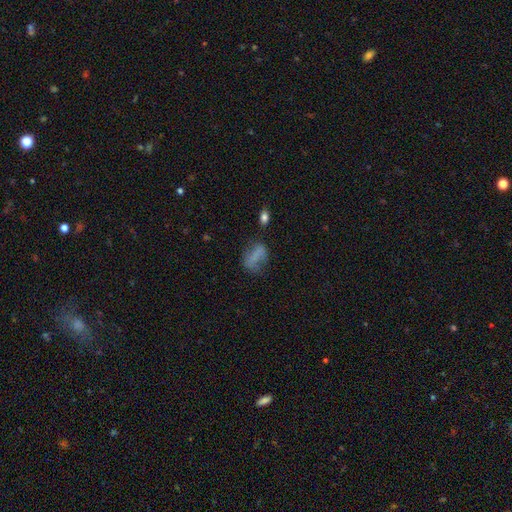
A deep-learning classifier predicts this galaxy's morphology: Smooth or featured?
  - smooth: 67% *
  - featured or disk: 20%
  - star or artifact: 13%
How rounded?
  - in between: 75% *
  - cigar-shaped: 14%
  - round: 11%
Merging?
  - none: 47% *
  - minor disturbance: 26%
  - major disturbance: 20%
  - merger: 7%